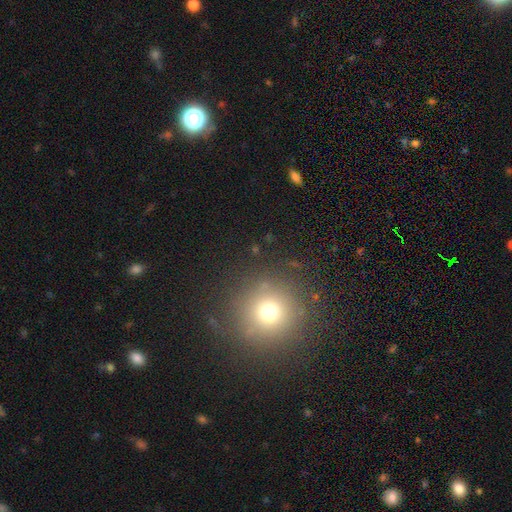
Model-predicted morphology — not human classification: Smooth or featured? Predicted: smooth (p=0.64). How rounded? Predicted: round (p=0.95). Merging? Predicted: none (p=0.88).